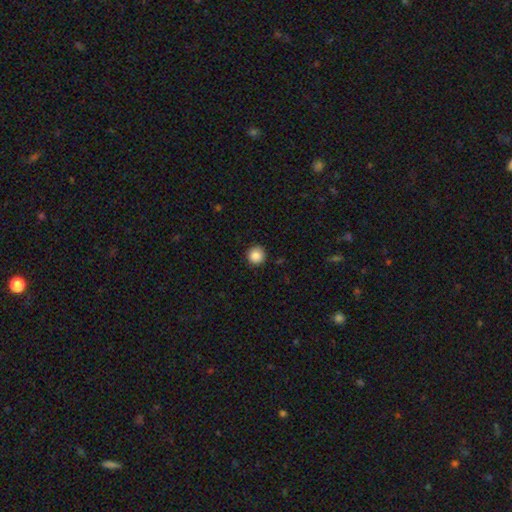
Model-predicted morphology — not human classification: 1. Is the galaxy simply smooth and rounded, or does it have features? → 88% smooth, 9% star or artifact, 3% featured or disk.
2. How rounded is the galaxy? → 95% round, 4% in between, 1% cigar-shaped.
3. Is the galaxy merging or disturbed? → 91% none, 6% minor disturbance, 2% major disturbance, 1% merger.